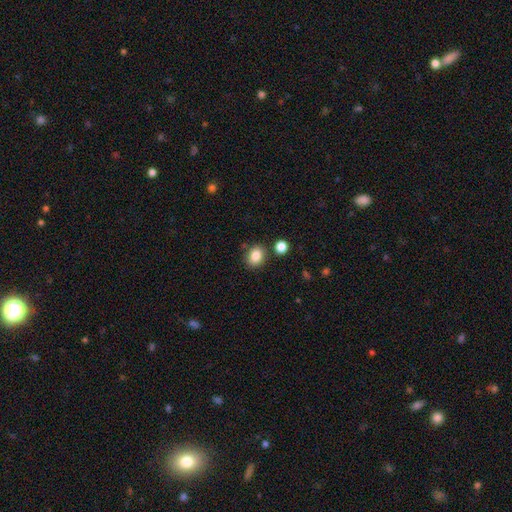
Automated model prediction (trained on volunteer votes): Smooth or featured? Predicted: smooth (p=0.85). How rounded? Predicted: round (p=0.52). Merging? Predicted: none (p=0.78).